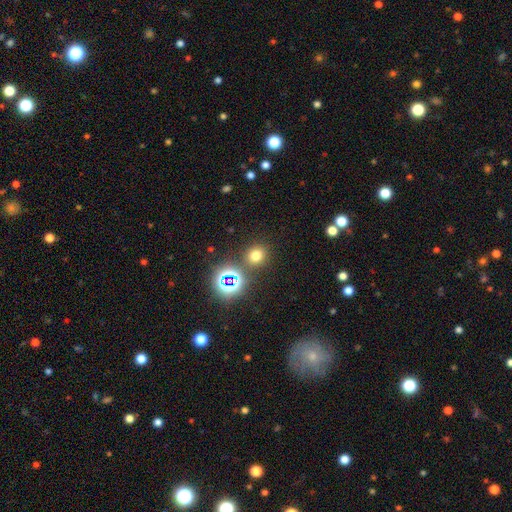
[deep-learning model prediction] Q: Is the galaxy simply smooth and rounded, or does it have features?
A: smooth — 68%.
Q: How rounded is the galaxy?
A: round — 83%.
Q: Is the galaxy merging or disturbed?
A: none — 83%.